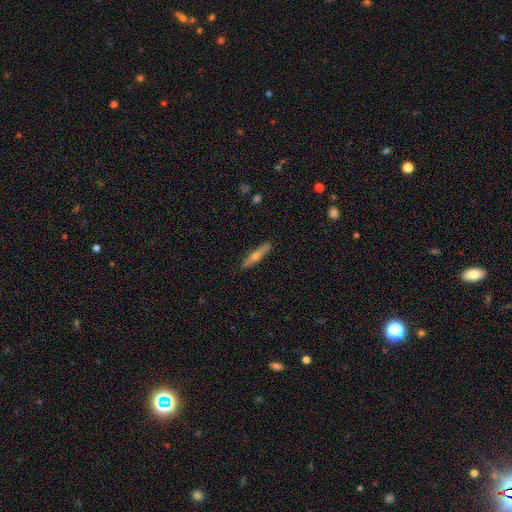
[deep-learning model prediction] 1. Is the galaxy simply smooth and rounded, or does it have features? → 52% featured or disk, 41% smooth, 6% star or artifact.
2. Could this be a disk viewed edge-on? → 94% yes, 6% no.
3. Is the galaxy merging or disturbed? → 90% none, 8% minor disturbance, 2% major disturbance, 1% merger.